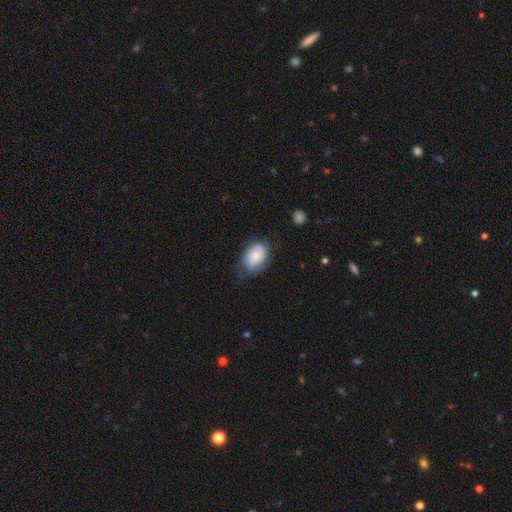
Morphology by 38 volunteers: Smooth or featured?
  - smooth: 79% *
  - featured or disk: 16%
  - star or artifact: 5%
How rounded?
  - in between: 83% *
  - round: 17%
  - cigar-shaped: 0%
Merging?
  - none: 67% *
  - minor disturbance: 31%
  - major disturbance: 3%
  - merger: 0%